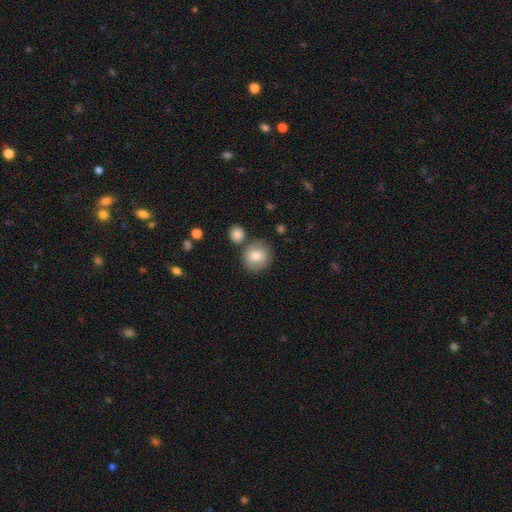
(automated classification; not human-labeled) The model was most divided on "merging": none: 74%, merger: 12%, minor disturbance: 11%, major disturbance: 3%. More confident: how rounded — round (84%); smooth or featured — smooth (79%).